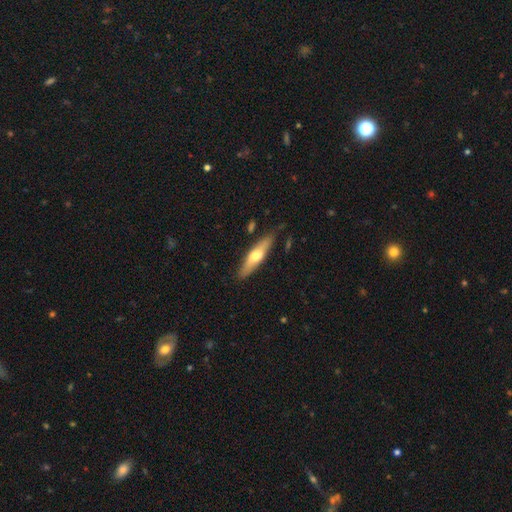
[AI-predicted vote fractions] Q: Smooth or featured?
A: smooth (50%); runner-up: featured or disk (45%)
Q: Merging?
A: none (81%); runner-up: minor disturbance (14%)